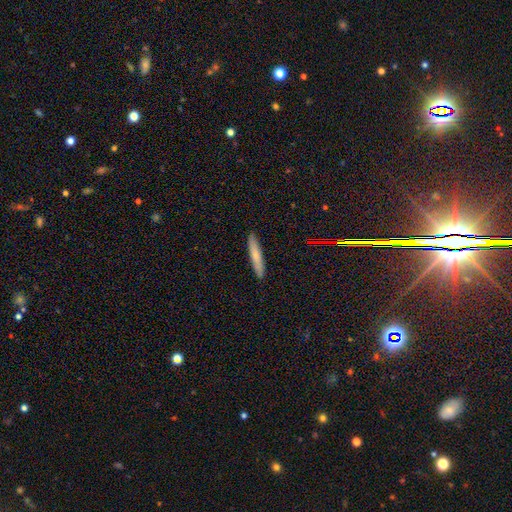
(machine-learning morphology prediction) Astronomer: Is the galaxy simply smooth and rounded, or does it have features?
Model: smooth — 71%.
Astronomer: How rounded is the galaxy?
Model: cigar-shaped — 91%.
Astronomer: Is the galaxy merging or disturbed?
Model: none — 89%.